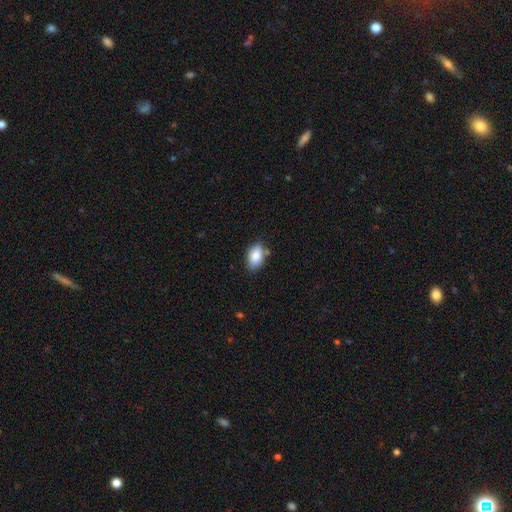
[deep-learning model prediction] A smooth galaxy with no disk features (85%) that is in between round and cigar-shaped (90%).

Vote fractions:
- Smooth or featured? smooth: 85% / featured or disk: 8% / star or artifact: 7%
- How rounded? in between: 90% / round: 8% / cigar-shaped: 2%
- Merging? none: 77% / minor disturbance: 15% / merger: 5% / major disturbance: 3%